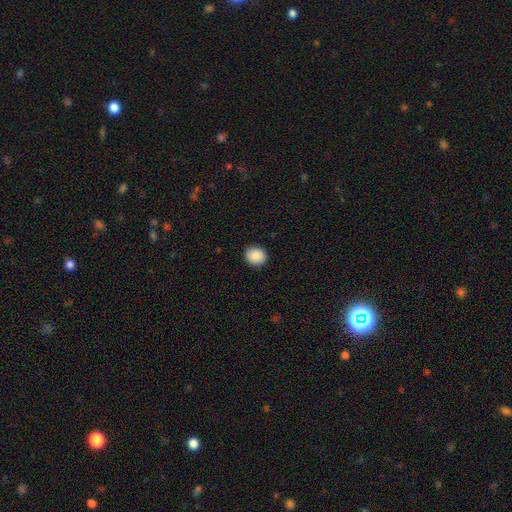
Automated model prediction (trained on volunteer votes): Smooth or featured? smooth (88%)
How rounded? round (81%)
Merging? none (90%)